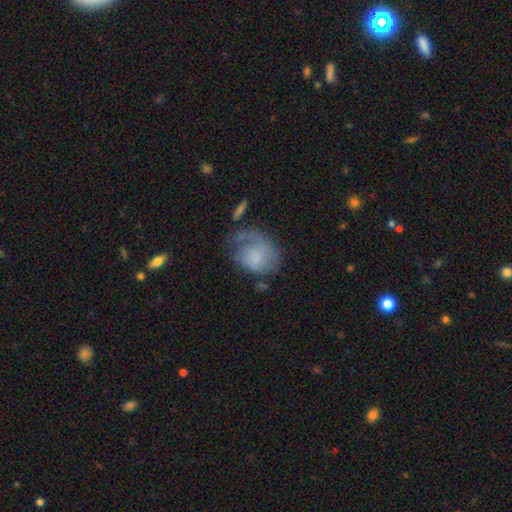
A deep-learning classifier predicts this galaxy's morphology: The model was most divided on "merging": major disturbance: 35%, none: 34%, minor disturbance: 27%, merger: 5%. More confident: smooth or featured — smooth (57%); how rounded — in between (53%).